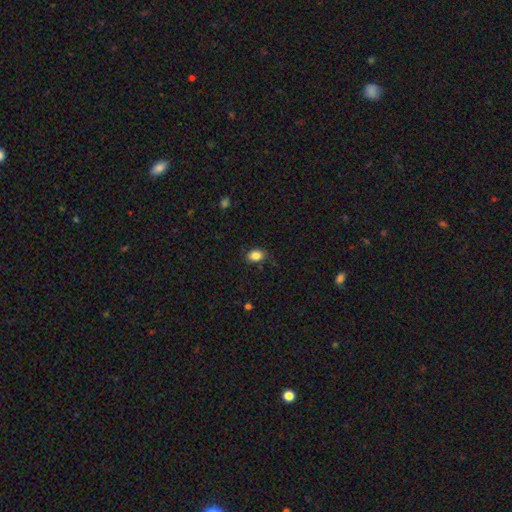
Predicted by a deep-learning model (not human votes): Overall: smooth (85%). How rounded: in between (78%). Merging: none (82%).